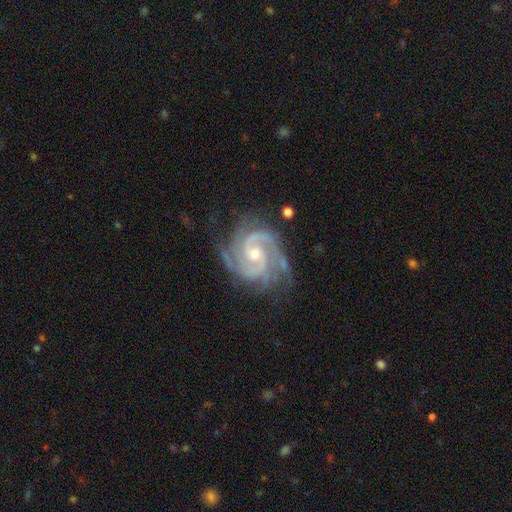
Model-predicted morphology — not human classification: A featured or disk galaxy (93%) with no bar (50%), 2 (66%) tight (50%) spiral arms (99%) and a moderate central bulge (50%). Merging: none (75%).